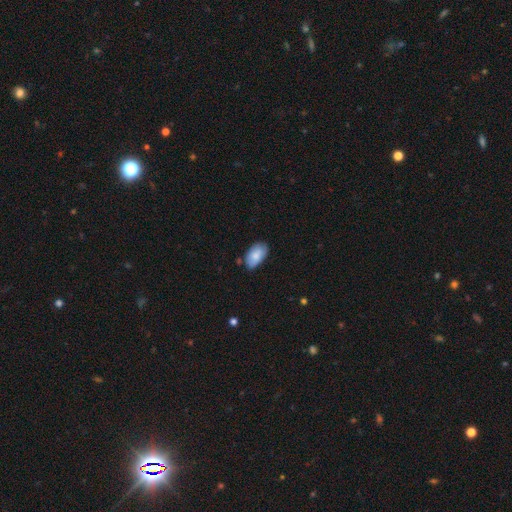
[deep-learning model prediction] A smooth galaxy with no disk features (81%) that is in between round and cigar-shaped (94%). Merging: none (66%).